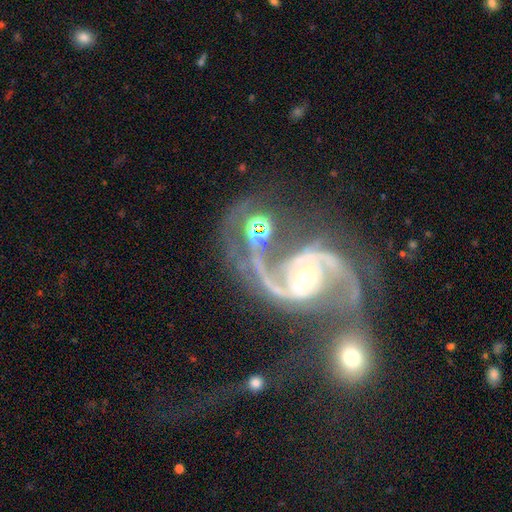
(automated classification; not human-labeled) smooth-or-featured: featured or disk: 92% | star or artifact: 5% | smooth: 3%
  disk-edge-on: no: 98% | yes: 2%
    bar: no: 50% | weak: 31% | strong: 19%
    has-spiral-arms: yes: 98% | no: 2%
      spiral-winding: medium: 56% | loose: 26% | tight: 18%
      spiral-arm-count: 2: 89% | 3: 3% | can't tell: 3% | 1: 2% | 4: 2% | more than 4: 2%
    bulge-size: small: 56% | moderate: 40% | large: 2% | none: 1% | dominant: 1%
  merging: merger: 35% | none: 28% | major disturbance: 21% | minor disturbance: 15%